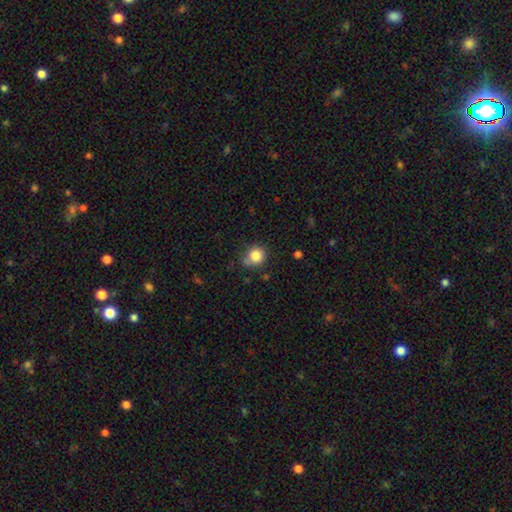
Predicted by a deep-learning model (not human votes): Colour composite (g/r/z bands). It shows a smooth galaxy with no disk features (83%) that is round (86%). Merging: none (67%).